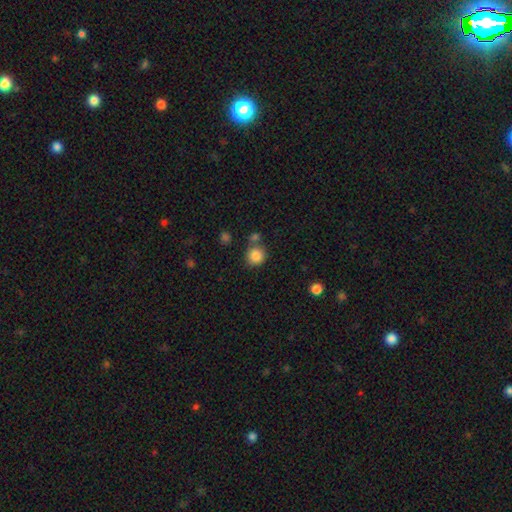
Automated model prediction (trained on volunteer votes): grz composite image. It shows a smooth galaxy with no disk features (84%) that is round (90%). Merging: none (69%).